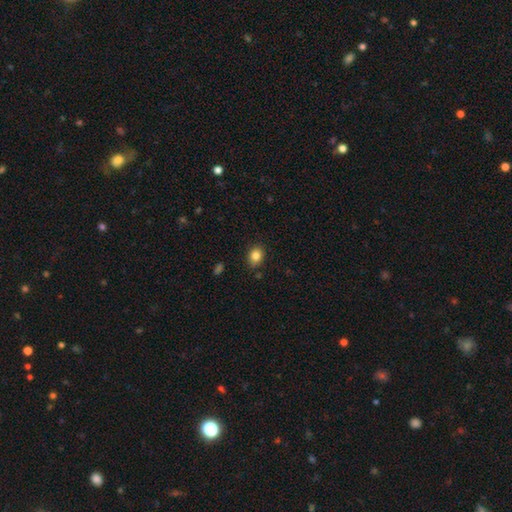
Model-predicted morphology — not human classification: Smooth or featured?
  - smooth: 85% *
  - star or artifact: 10%
  - featured or disk: 5%
How rounded?
  - round: 55% *
  - in between: 44%
  - cigar-shaped: 1%
Merging?
  - none: 81% *
  - minor disturbance: 14%
  - major disturbance: 3%
  - merger: 2%